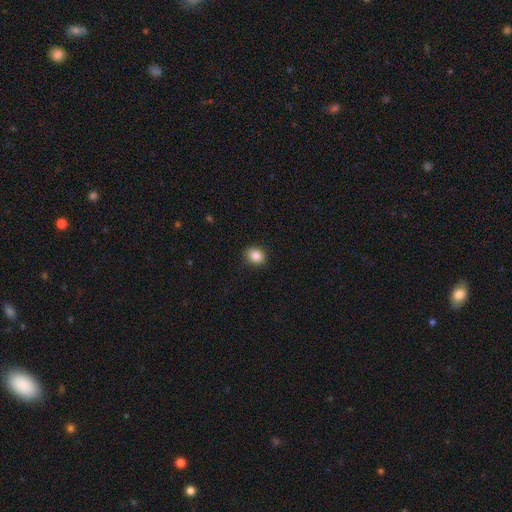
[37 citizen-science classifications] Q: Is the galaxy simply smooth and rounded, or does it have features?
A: smooth — 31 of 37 (84%).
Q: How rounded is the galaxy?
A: round — 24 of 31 (77%).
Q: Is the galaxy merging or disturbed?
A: none — 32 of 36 (89%).